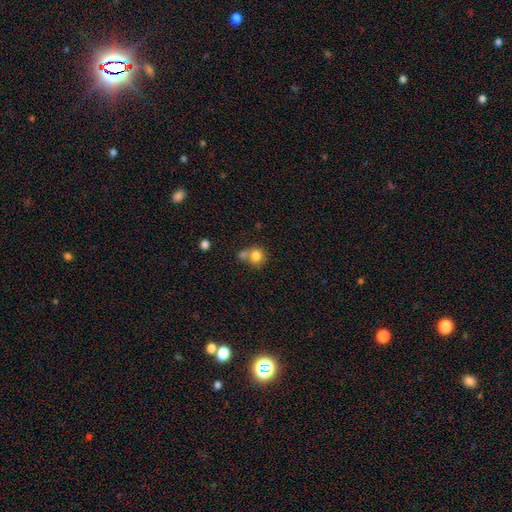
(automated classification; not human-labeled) Overall: smooth (80%). How rounded: round (83%). Merging: none (44%; merger 40%).